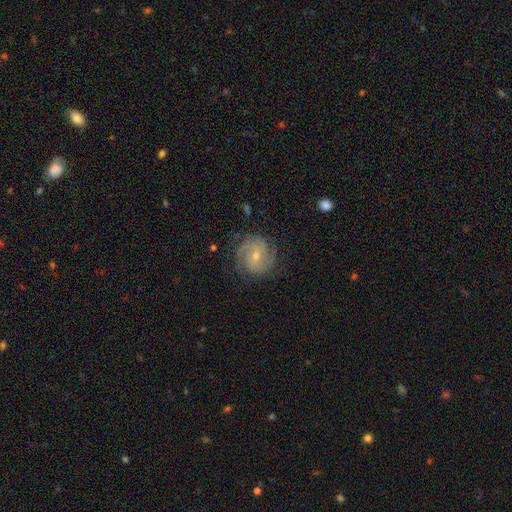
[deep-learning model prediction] Overall: featured or disk (80%). Edge-on disk: no (98%). Bar: no (55%; weak 36%). Spiral arms: yes (96%). Spiral arm count: 2 (30%; 3 26%). Spiral winding: tight (61%; medium 31%). Bulge size: small (64%; moderate 33%). Merging: none (80%).